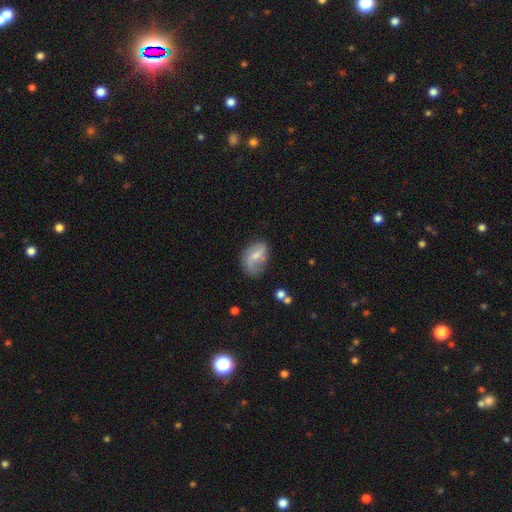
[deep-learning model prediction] The model was most divided on "bulge size": small: 42%, moderate: 38%, none: 15%, large: 4%, dominant: 1%. More confident: edge-on disk — no (96%); spiral arms — yes (80%); smooth or featured — featured or disk (57%); merging — none (53%); bar — weak (50%).